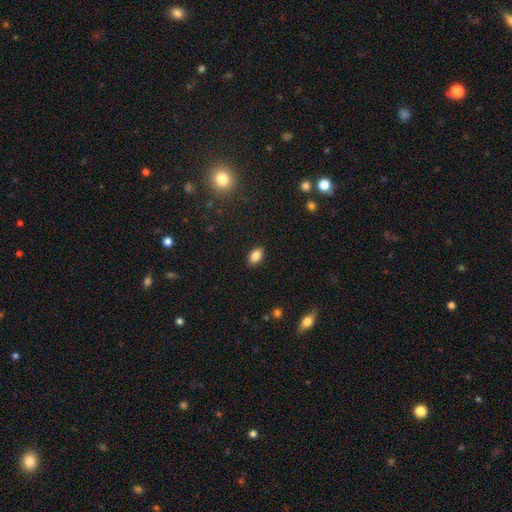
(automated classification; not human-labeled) Smooth or featured: smooth — 84% (star or artifact — 9%)
How rounded: in between — 89% (round — 9%)
Merging: none — 89% (minor disturbance — 8%)